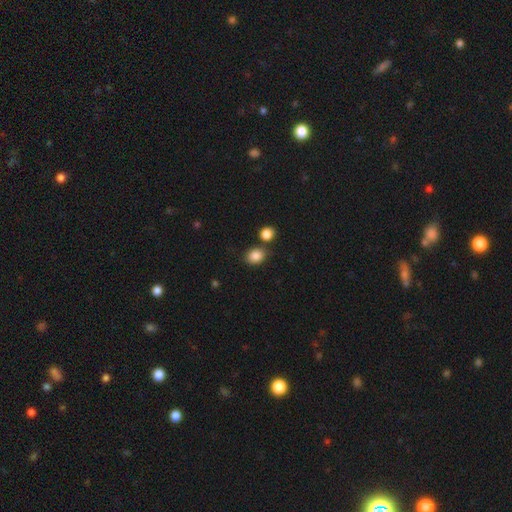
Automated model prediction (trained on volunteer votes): smooth 86%, star or artifact 10%, featured or disk 5%. Down the decision tree: how rounded — in between (49%, tied with round); merging — none (72%).